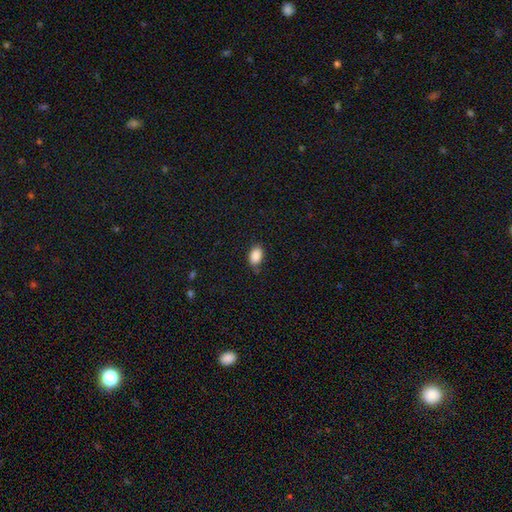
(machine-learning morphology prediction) This is clearly a smooth galaxy (88%). How rounded: clearly in between (89%). Merging: likely none (76%).